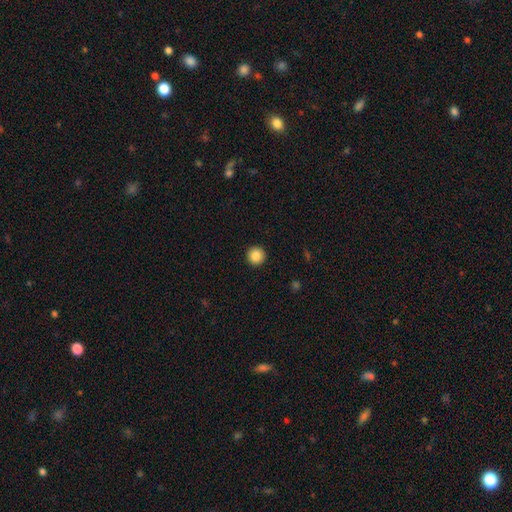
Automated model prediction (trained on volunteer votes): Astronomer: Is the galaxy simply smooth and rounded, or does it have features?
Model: smooth — 87%.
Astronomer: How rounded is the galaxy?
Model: round — 96%.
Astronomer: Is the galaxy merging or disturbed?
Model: none — 94%.